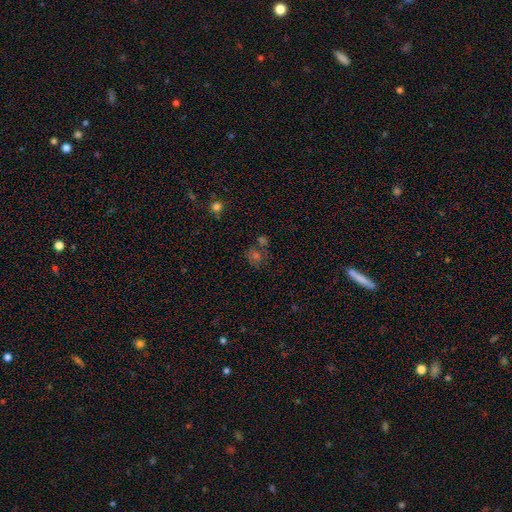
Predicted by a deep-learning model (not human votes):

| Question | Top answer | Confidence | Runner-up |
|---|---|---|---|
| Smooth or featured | smooth | 43% | star or artifact (38%) |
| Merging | none | 65% | merger (17%) |